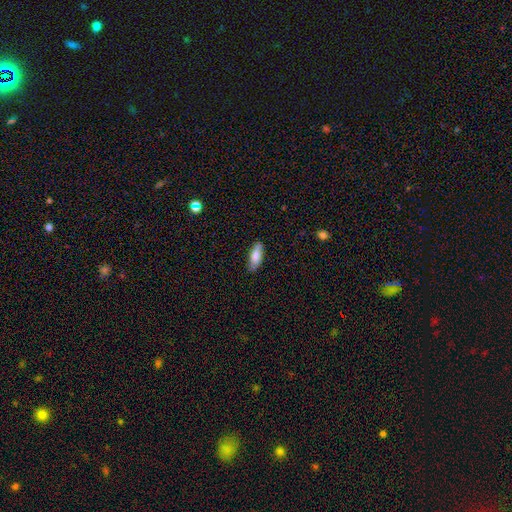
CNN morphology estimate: Overall: smooth (79%). How rounded: in between (71%). Merging: none (83%).